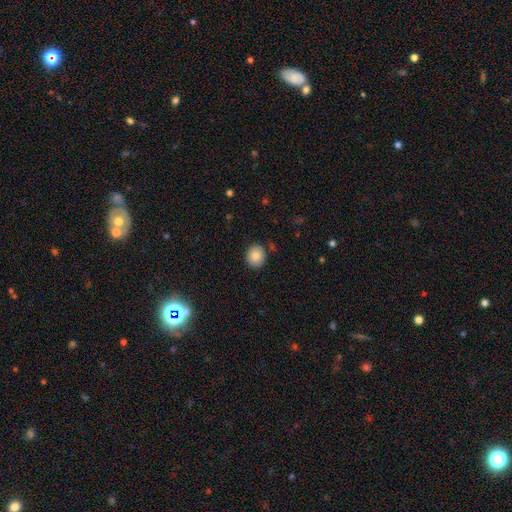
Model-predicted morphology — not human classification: This is clearly a smooth galaxy (82%). How rounded: likely round (77%). Merging: clearly none (86%).